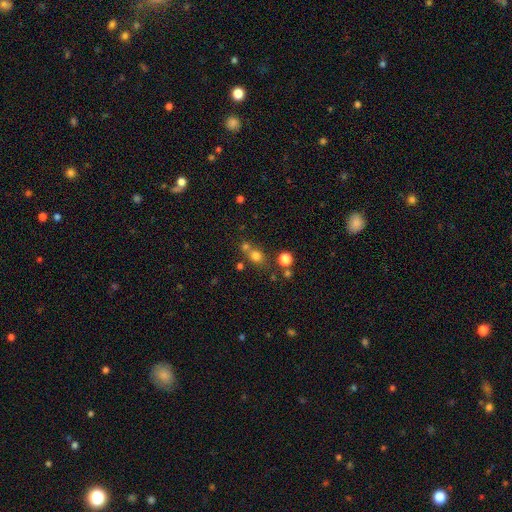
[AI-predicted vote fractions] smooth 72%, star or artifact 19%, featured or disk 10%. Down the decision tree: how rounded — round (77%); merging — none (53%).